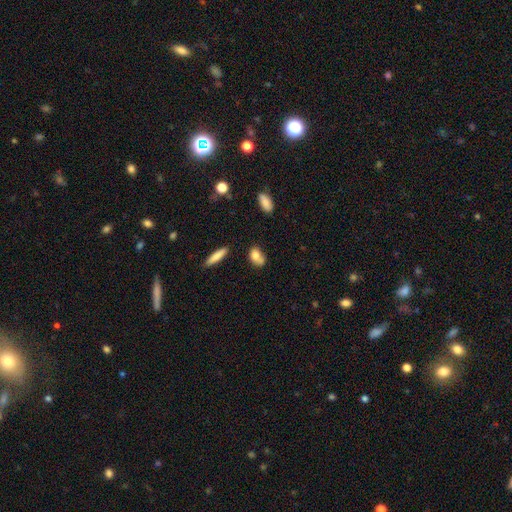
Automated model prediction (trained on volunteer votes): This appears to be a smooth galaxy with no disk features (77%) that is in between round and cigar-shaped (76%). Merging: none (43%).